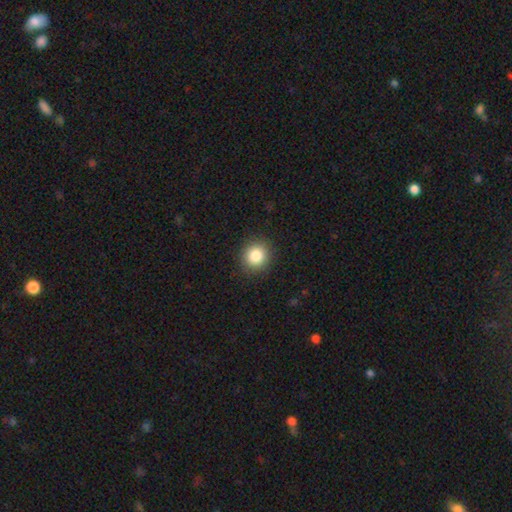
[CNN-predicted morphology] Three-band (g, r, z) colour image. It shows a smooth galaxy with no disk features (85%) that is round (87%). Merging: none (90%).